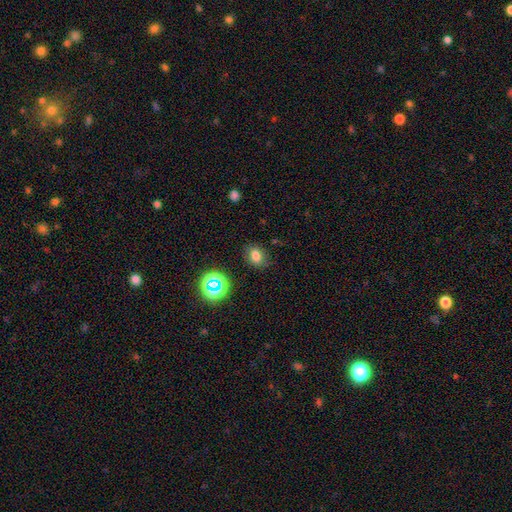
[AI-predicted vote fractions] Smooth or featured? Predicted: smooth (p=0.75). How rounded? Predicted: in between (p=0.64). Merging? Predicted: none (p=0.81).